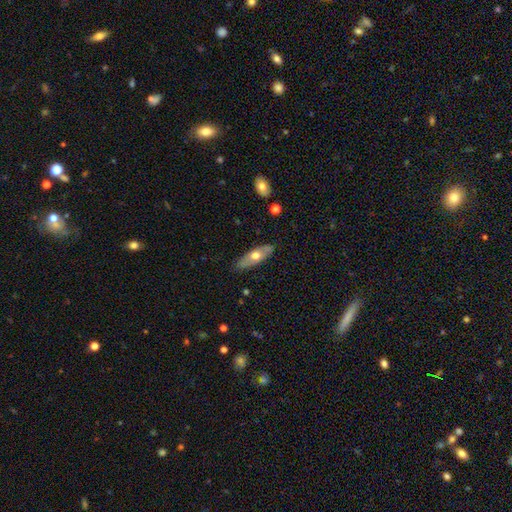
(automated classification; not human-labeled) This is possibly a smooth galaxy (50%). Merging: clearly none (84%).